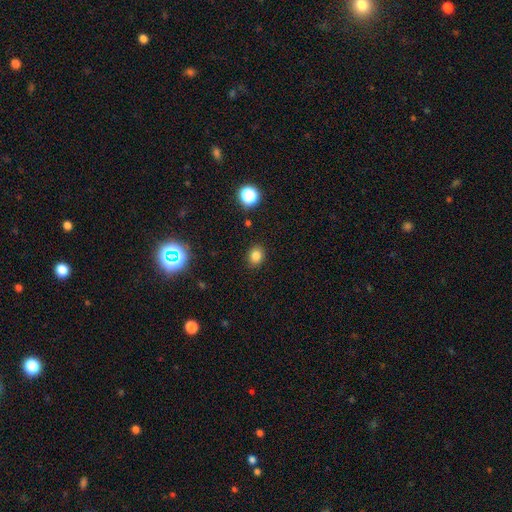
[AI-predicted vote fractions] smooth-or-featured: smooth: 82% | star or artifact: 13% | featured or disk: 5%
  how-rounded: round: 63% | in between: 36% | cigar-shaped: 1%
  merging: none: 89% | minor disturbance: 8% | major disturbance: 2% | merger: 1%